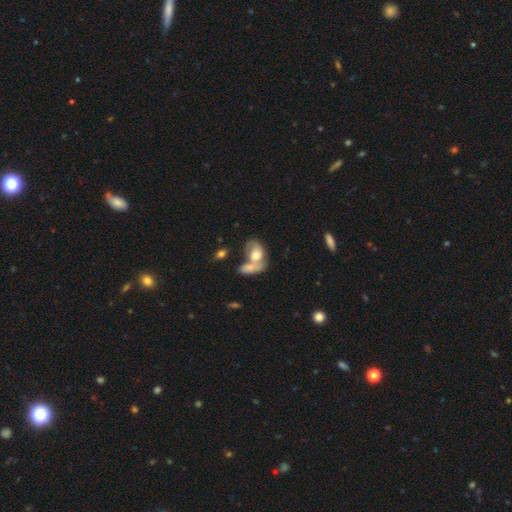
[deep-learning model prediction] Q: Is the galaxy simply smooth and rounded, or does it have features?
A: smooth — 54%.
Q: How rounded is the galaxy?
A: in between — 81%.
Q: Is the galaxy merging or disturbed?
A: merger — 59%.